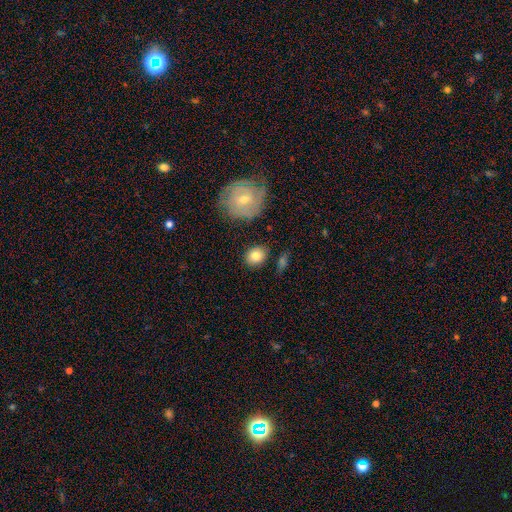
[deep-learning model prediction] smooth-or-featured: smooth: 82% | featured or disk: 11% | star or artifact: 8%
  how-rounded: round: 56% | in between: 42% | cigar-shaped: 1%
  merging: none: 82% | minor disturbance: 11% | merger: 4% | major disturbance: 3%